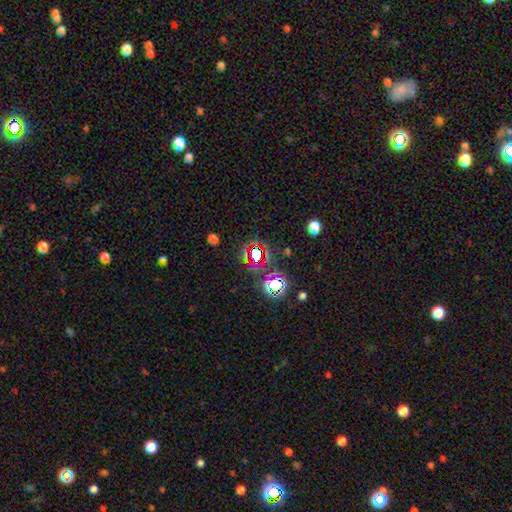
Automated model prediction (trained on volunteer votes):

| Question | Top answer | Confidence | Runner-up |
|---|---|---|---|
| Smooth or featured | star or artifact | 69% | smooth (21%) |